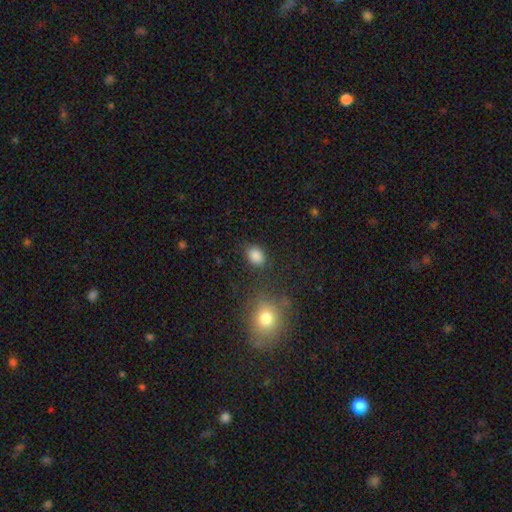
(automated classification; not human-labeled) Smooth or featured?
  - smooth: 85% *
  - star or artifact: 11%
  - featured or disk: 4%
How rounded?
  - in between: 75% *
  - round: 24%
  - cigar-shaped: 1%
Merging?
  - none: 79% *
  - minor disturbance: 13%
  - major disturbance: 4%
  - merger: 4%